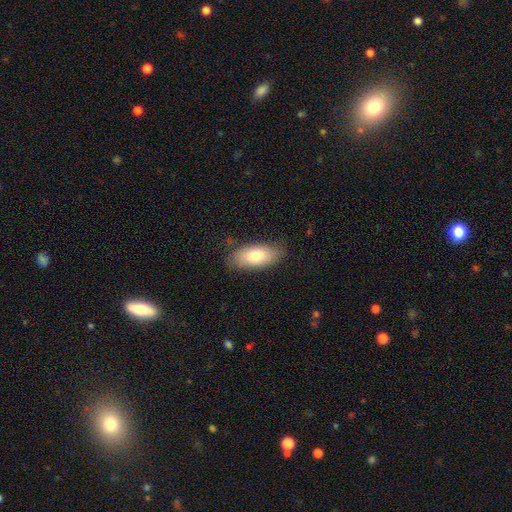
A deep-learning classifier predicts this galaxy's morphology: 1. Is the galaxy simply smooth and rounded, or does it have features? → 76% smooth, 17% featured or disk, 7% star or artifact.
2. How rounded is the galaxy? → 86% in between, 11% cigar-shaped, 3% round.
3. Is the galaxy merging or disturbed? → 81% none, 15% minor disturbance, 3% major disturbance, 1% merger.